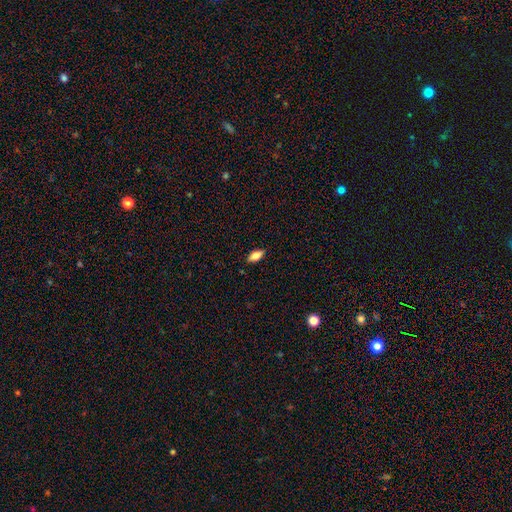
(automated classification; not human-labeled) smooth 77%, featured or disk 15%, star or artifact 8%. Down the decision tree: how rounded — in between (87%); merging — none (88%).